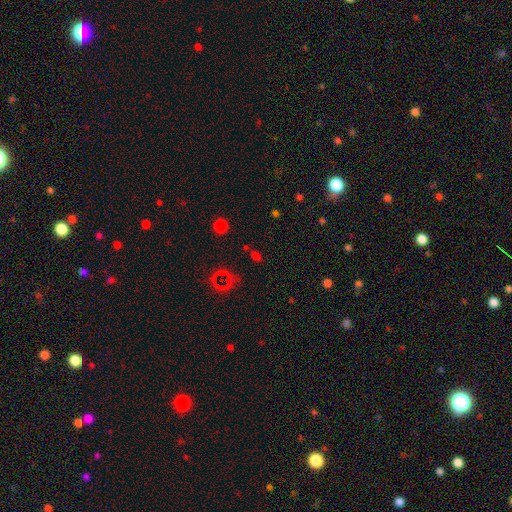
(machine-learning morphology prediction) Overall: star or artifact (51%; smooth 41%).